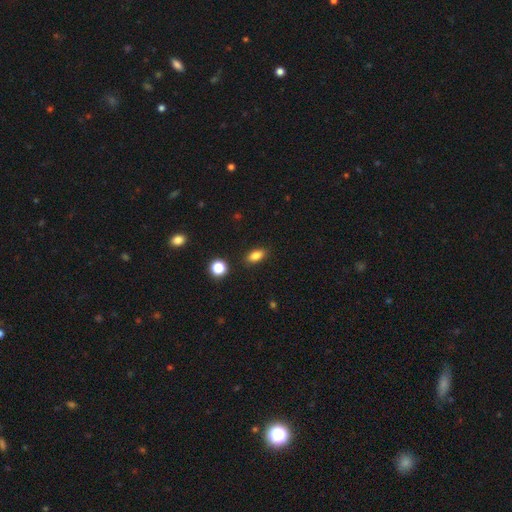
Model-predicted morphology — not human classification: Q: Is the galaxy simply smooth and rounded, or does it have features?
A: smooth — 83%.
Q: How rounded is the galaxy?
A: in between — 83%.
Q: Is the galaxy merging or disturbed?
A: none — 87%.